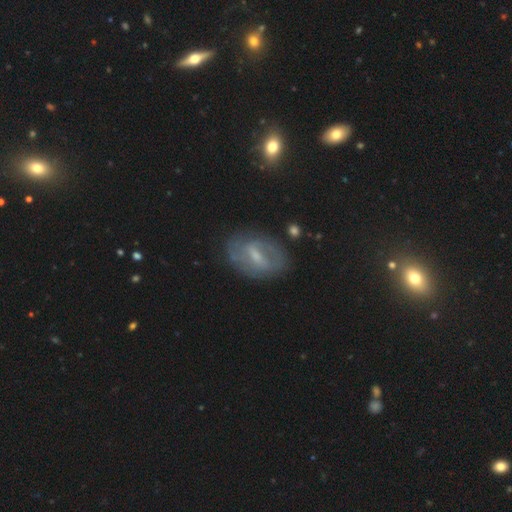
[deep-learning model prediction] Morphology: type=featured or disk (65%); edge-on=no (93%); bar=weak (49%); spiral arms=yes (61%); bulge=small (51%); merging=none (70%).